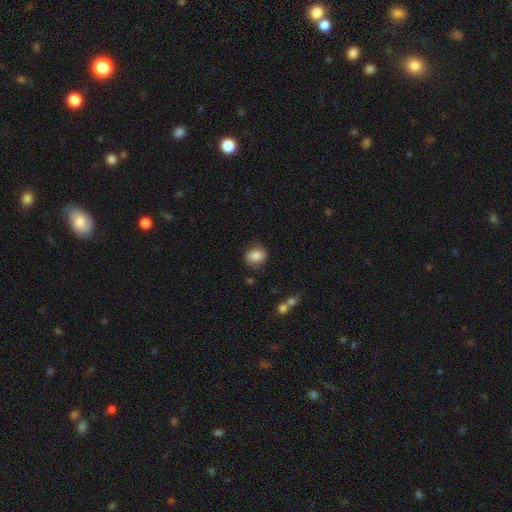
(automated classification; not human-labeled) Q: Smooth or featured?
A: smooth (82%); runner-up: featured or disk (10%)
Q: How rounded?
A: round (60%); runner-up: in between (39%)
Q: Merging?
A: none (76%); runner-up: minor disturbance (17%)